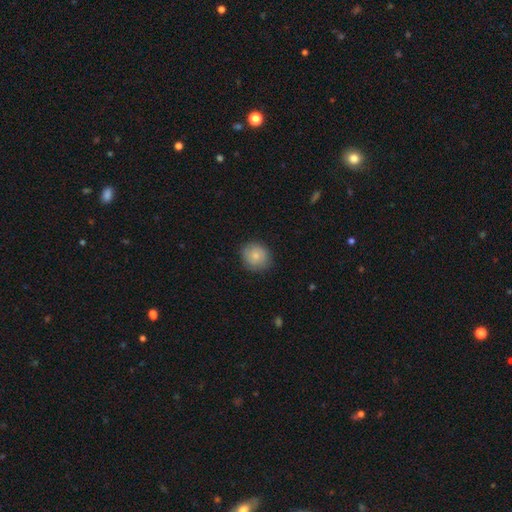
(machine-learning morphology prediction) Smooth or featured? Predicted: smooth (p=0.76). How rounded? Predicted: round (p=0.85). Merging? Predicted: none (p=0.83).